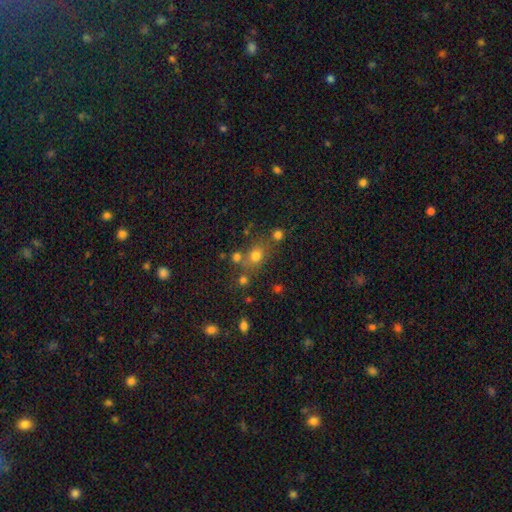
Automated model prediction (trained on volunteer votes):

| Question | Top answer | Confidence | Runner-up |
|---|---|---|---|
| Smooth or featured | smooth | 69% | star or artifact (20%) |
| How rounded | round | 69% | in between (30%) |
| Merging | none | 62% | merger (20%) |